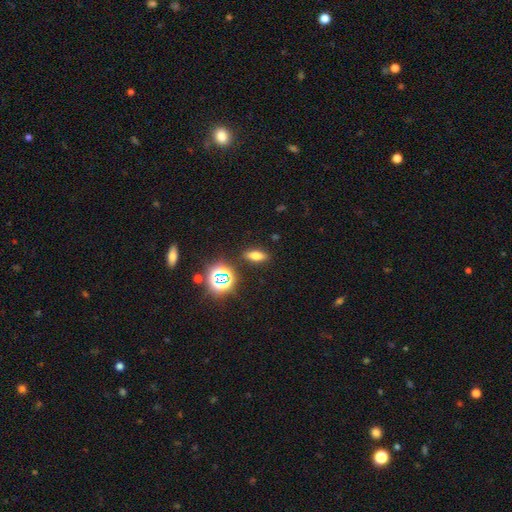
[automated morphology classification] smooth-or-featured: smooth: 64% | star or artifact: 22% | featured or disk: 14%
  how-rounded: in between: 65% | cigar-shaped: 26% | round: 9%
  merging: none: 88% | minor disturbance: 8% | major disturbance: 3% | merger: 2%